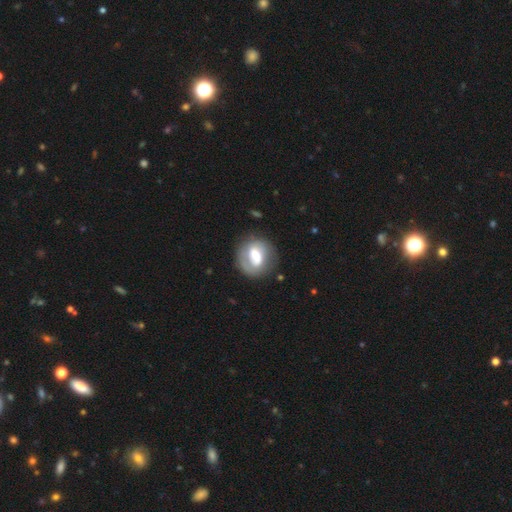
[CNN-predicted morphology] Q: Smooth or featured?
A: featured or disk (52%); runner-up: smooth (41%)
Q: Edge-on disk?
A: no (95%); runner-up: yes (5%)
Q: Merging?
A: none (68%); runner-up: minor disturbance (19%)